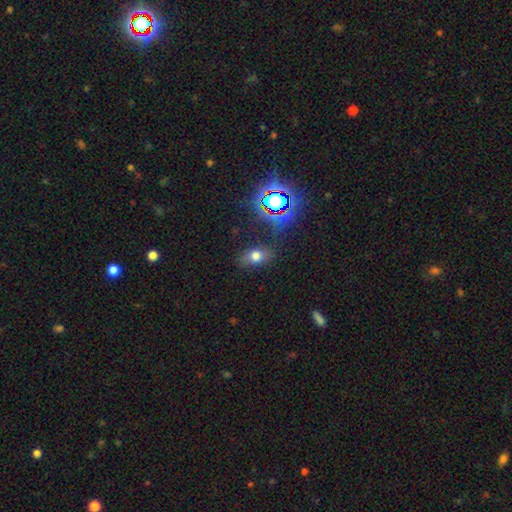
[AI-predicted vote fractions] Overall: smooth (66%). How rounded: in between (77%). Merging: none (77%).